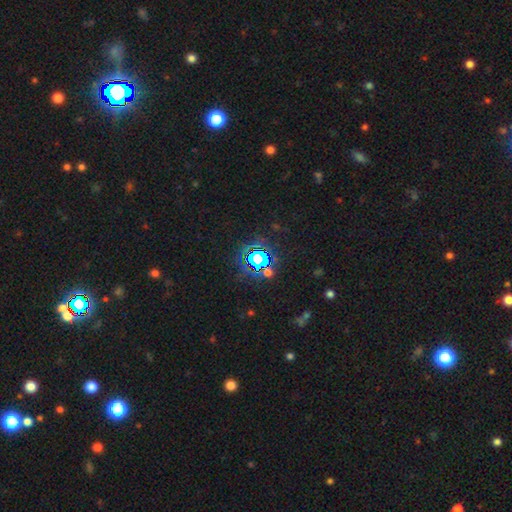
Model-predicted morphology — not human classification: smooth_or_featured: star or artifact (p=0.80) [alt: smooth p=0.12]